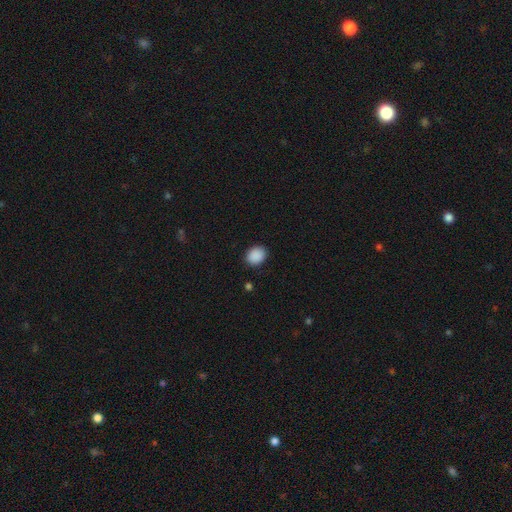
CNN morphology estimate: Q: Smooth or featured?
A: smooth (89%); runner-up: star or artifact (8%)
Q: How rounded?
A: round (53%); runner-up: in between (46%)
Q: Merging?
A: none (88%); runner-up: minor disturbance (9%)